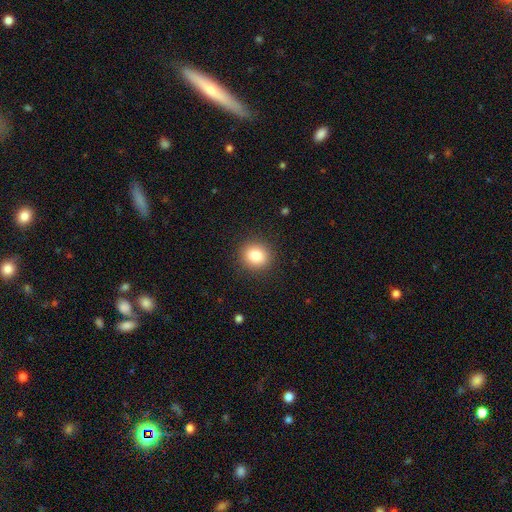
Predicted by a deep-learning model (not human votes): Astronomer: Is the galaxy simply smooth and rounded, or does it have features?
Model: smooth — 84%.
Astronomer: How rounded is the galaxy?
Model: round — 84%.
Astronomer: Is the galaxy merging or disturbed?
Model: none — 90%.